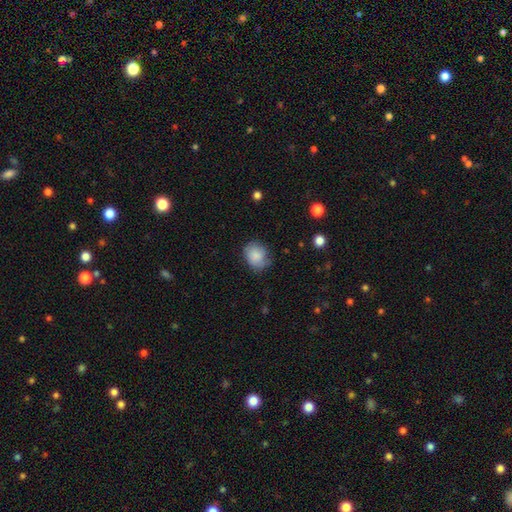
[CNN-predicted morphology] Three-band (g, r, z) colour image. It shows a smooth galaxy with no disk features (79%) that is round (55%). Merging: none (61%).